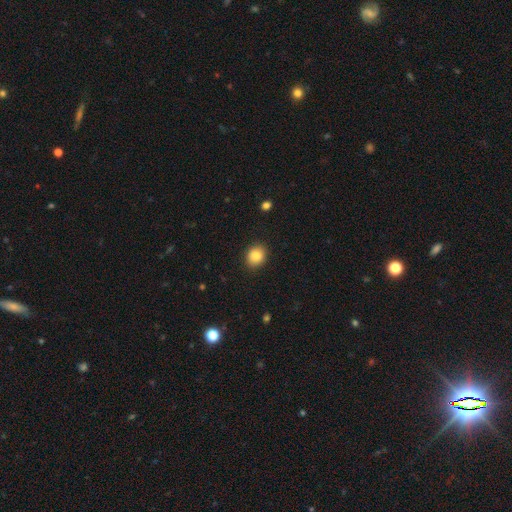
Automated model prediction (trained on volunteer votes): Smooth or featured? Predicted: smooth (p=0.86). How rounded? Predicted: round (p=0.59). Merging? Predicted: none (p=0.89).